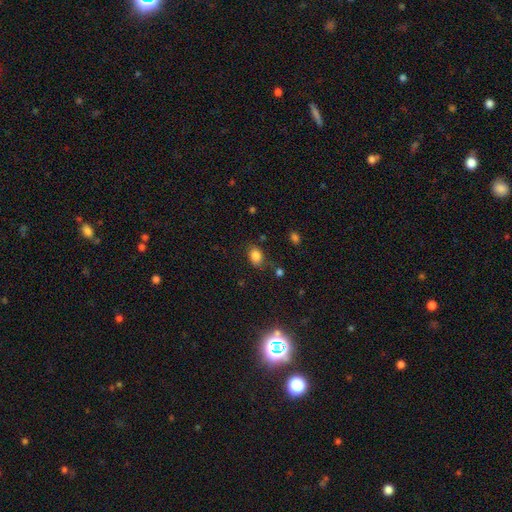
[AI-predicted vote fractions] smooth_or_featured: smooth (p=0.83) [alt: star or artifact p=0.11]
how_rounded: in between (p=0.76) [alt: round p=0.23]
merging: none (p=0.73) [alt: minor disturbance p=0.18]